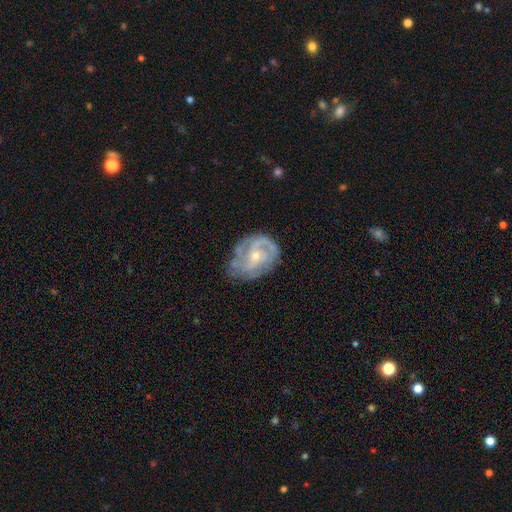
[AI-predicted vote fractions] Overall: featured or disk (84%). Edge-on disk: no (97%). Bar: no (57%; weak 34%). Spiral arms: yes (94%). Spiral arm count: 2 (36%; 3 27%). Spiral winding: medium (43%, tied with tight). Bulge size: small (65%; moderate 32%). Merging: none (66%).